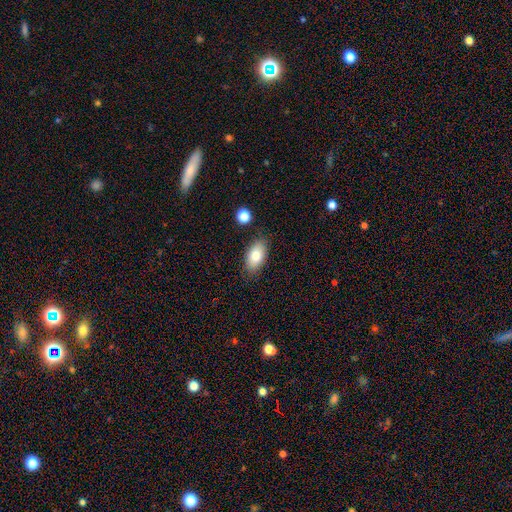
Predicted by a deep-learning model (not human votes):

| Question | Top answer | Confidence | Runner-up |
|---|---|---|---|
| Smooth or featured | smooth | 80% | featured or disk (12%) |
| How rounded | in between | 92% | round (5%) |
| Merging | none | 82% | minor disturbance (12%) |